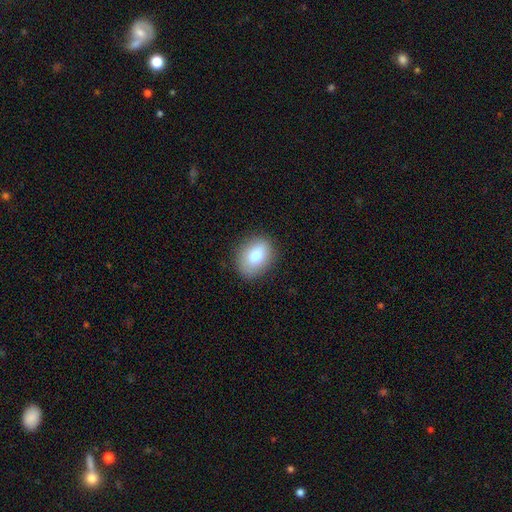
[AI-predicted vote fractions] The model was most divided on "how rounded": in between: 68%, round: 31%, cigar-shaped: 1%. More confident: merging — none (87%); smooth or featured — smooth (78%).